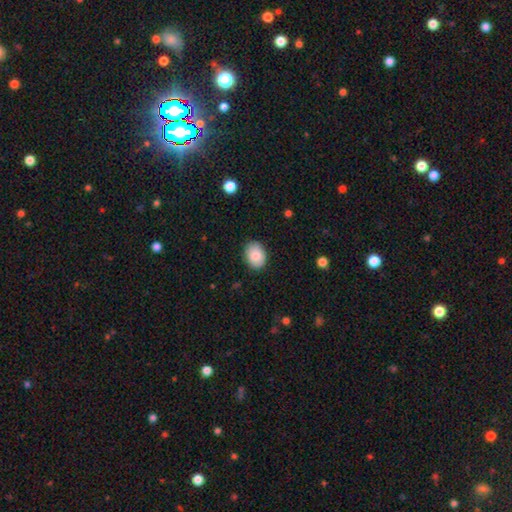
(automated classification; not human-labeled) Smooth or featured?
  - smooth: 86% *
  - featured or disk: 7%
  - star or artifact: 7%
How rounded?
  - in between: 70% *
  - round: 29%
  - cigar-shaped: 1%
Merging?
  - none: 85% *
  - minor disturbance: 11%
  - major disturbance: 2%
  - merger: 1%